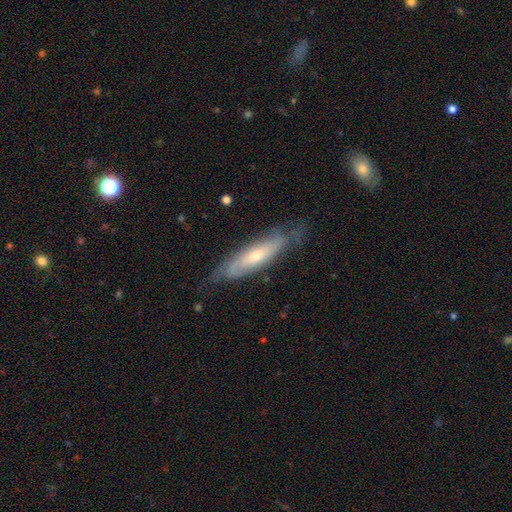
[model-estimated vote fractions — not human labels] Overall: featured or disk (60%; smooth 34%). Edge-on disk: no (57%; yes 43%). Merging: none (68%).